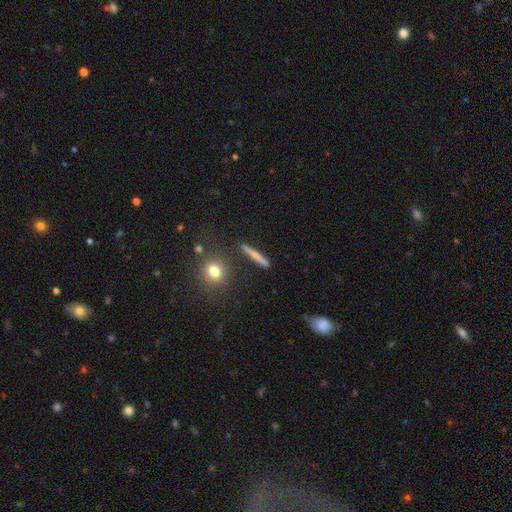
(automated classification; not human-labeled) Smooth or featured? smooth (53%)
How rounded? cigar-shaped (89%)
Merging? none (88%)